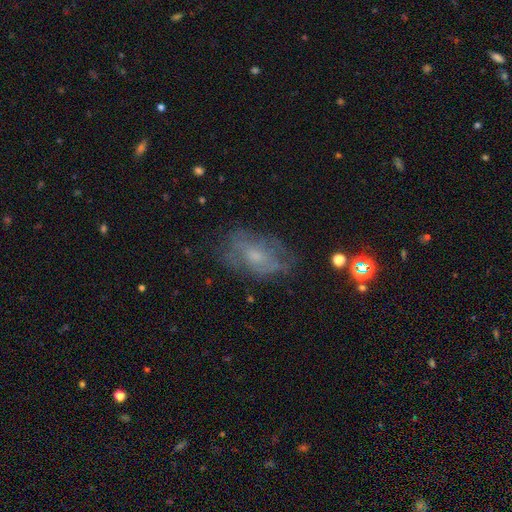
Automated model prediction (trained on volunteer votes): The model was most divided on "smooth or featured": featured or disk: 51%, smooth: 35%, star or artifact: 14%. More confident: edge-on disk — no (93%); merging — none (61%).